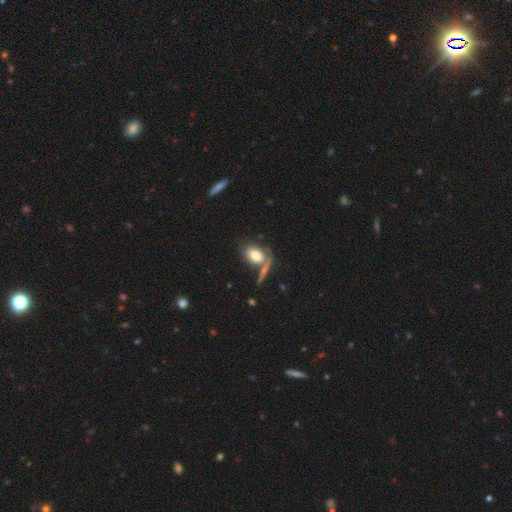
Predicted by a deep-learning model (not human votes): Overall: smooth (76%). How rounded: in between (80%). Merging: none (54%; merger 24%).